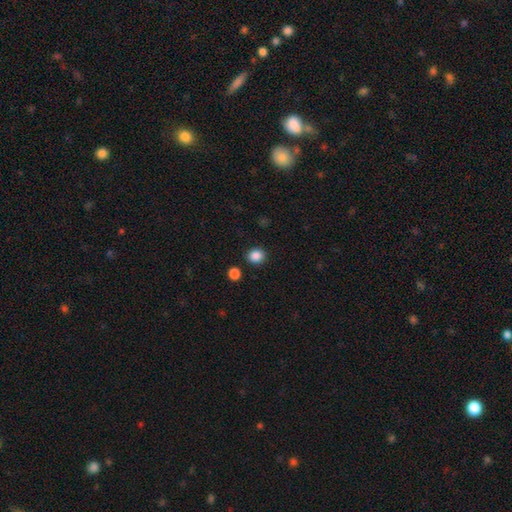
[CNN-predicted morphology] smooth-or-featured: smooth: 87% | star or artifact: 10% | featured or disk: 3%
  how-rounded: round: 77% | in between: 22% | cigar-shaped: 1%
  merging: none: 88% | minor disturbance: 6% | merger: 3% | major disturbance: 2%